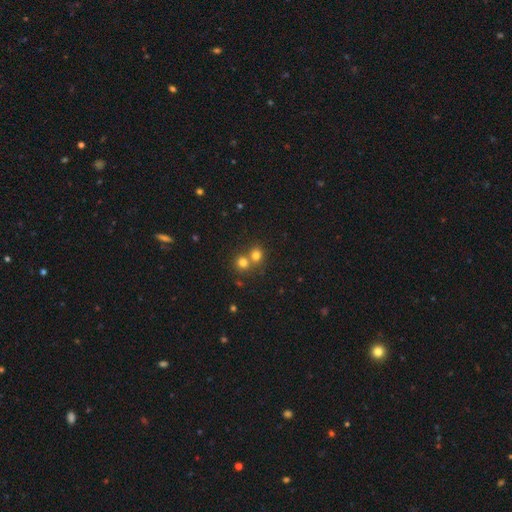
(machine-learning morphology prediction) Overall: smooth (75%). How rounded: round (84%). Merging: none (48%; merger 45%).